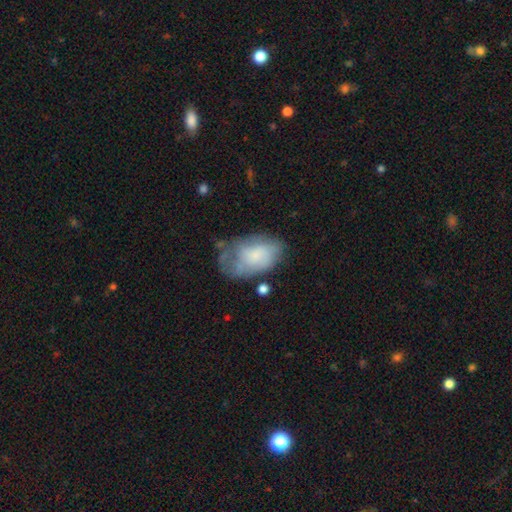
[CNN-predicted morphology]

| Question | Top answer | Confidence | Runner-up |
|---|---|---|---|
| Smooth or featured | smooth | 59% | featured or disk (33%) |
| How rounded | in between | 90% | round (8%) |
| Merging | none | 39% | minor disturbance (32%) |